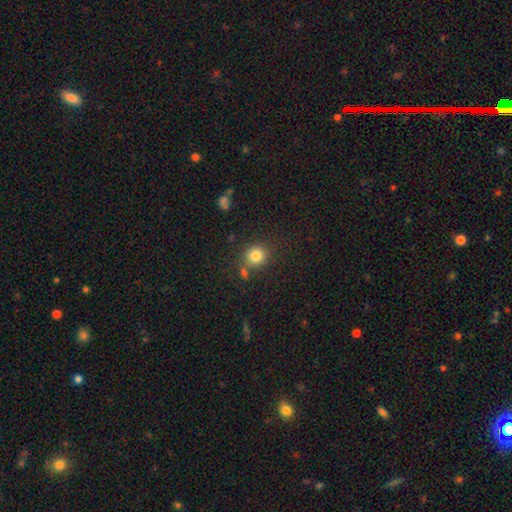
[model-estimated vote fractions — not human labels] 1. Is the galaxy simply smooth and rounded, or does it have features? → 82% smooth, 11% star or artifact, 6% featured or disk.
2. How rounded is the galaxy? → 83% round, 16% in between, 1% cigar-shaped.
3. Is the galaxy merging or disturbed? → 75% none, 11% minor disturbance, 10% merger, 4% major disturbance.